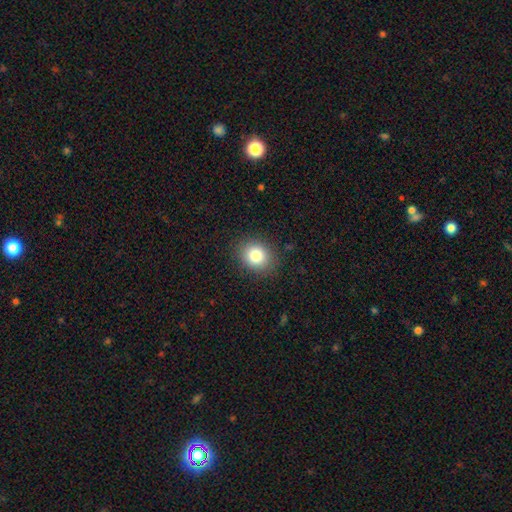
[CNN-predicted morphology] type=smooth (83%); roundness=round (67%); merging=none (88%).